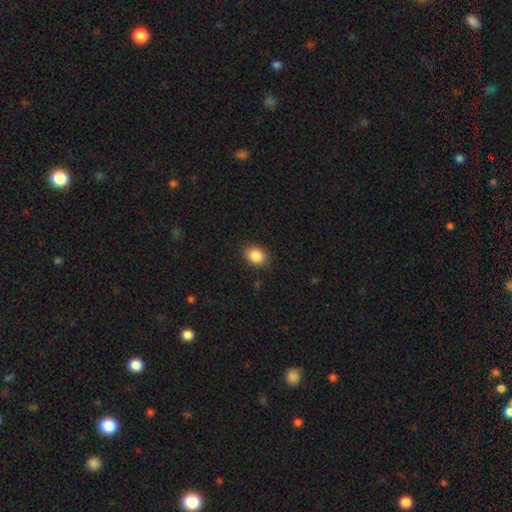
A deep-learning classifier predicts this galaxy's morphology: A smooth galaxy with no disk features (87%) that is in between round and cigar-shaped (56%).

Vote fractions:
- Smooth or featured? smooth: 87% / star or artifact: 9% / featured or disk: 4%
- How rounded? in between: 56% / round: 43% / cigar-shaped: 1%
- Merging? none: 88% / minor disturbance: 9% / major disturbance: 2% / merger: 1%